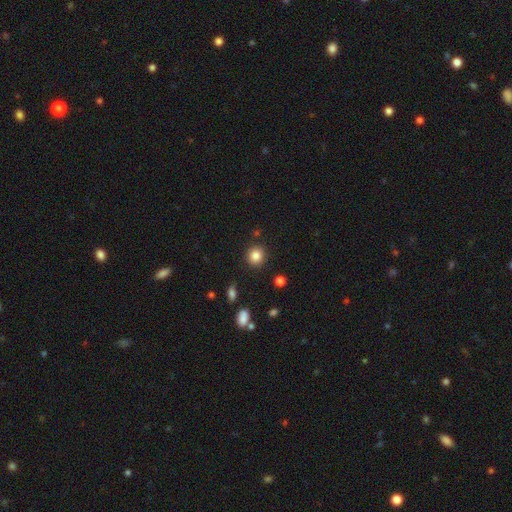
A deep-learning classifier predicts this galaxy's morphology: Overall: smooth (85%). How rounded: round (90%). Merging: none (88%).